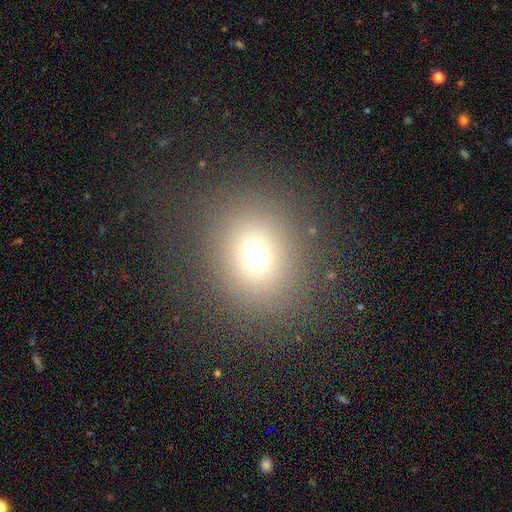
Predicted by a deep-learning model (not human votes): Smooth or featured? smooth (69%)
How rounded? round (72%)
Merging? none (84%)